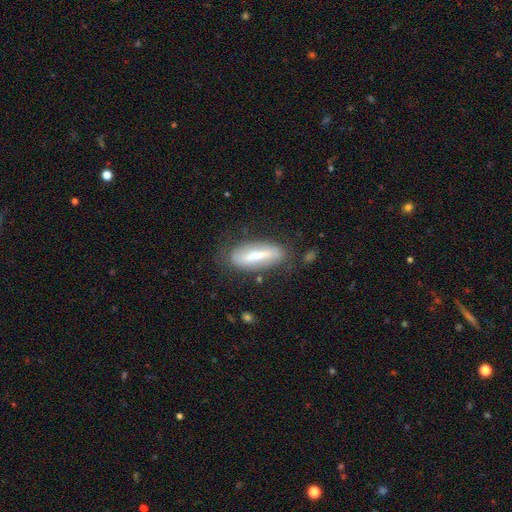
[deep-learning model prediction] Overall: smooth (48%; featured or disk 45%). Merging: none (73%).